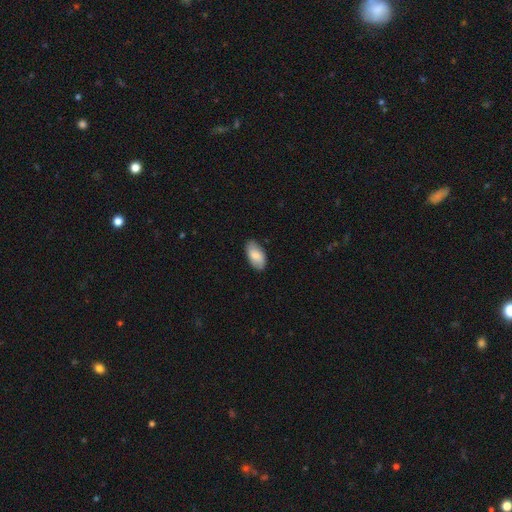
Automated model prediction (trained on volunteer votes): Smooth or featured? Predicted: smooth (p=0.80). How rounded? Predicted: in between (p=0.95). Merging? Predicted: none (p=0.84).